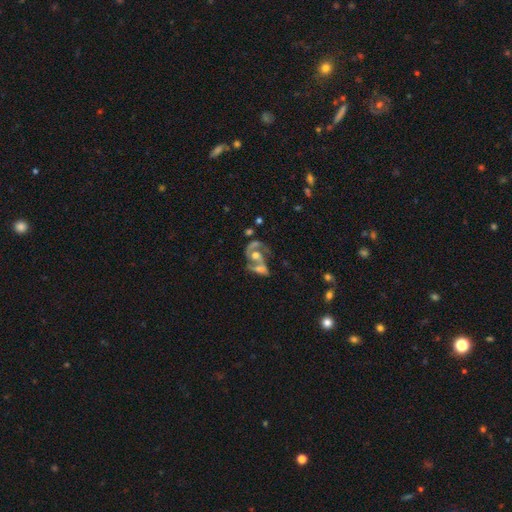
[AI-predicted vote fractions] Smooth or featured? Predicted: featured or disk (p=0.80). Edge-on disk? Predicted: no (p=0.97). Bar? Predicted: no (p=0.60). Spiral arms? Predicted: yes (p=0.88). Spiral winding? Predicted: medium (p=0.47). Spiral arm count? Predicted: 2 (p=0.66). Bulge size? Predicted: moderate (p=0.62). Merging? Predicted: merger (p=0.55).